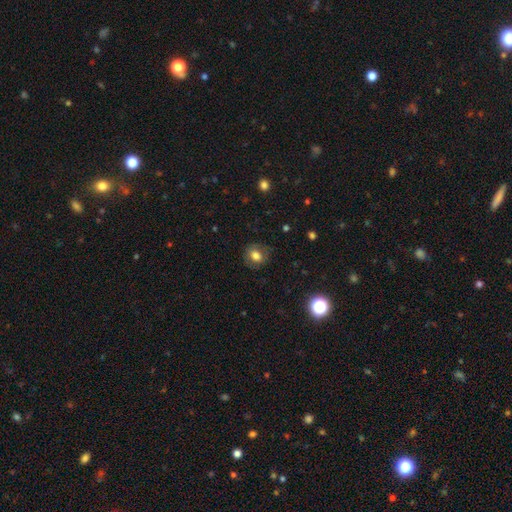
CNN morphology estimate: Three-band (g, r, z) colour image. It shows a smooth galaxy with no disk features (73%) that is round (66%). Merging: none (78%).